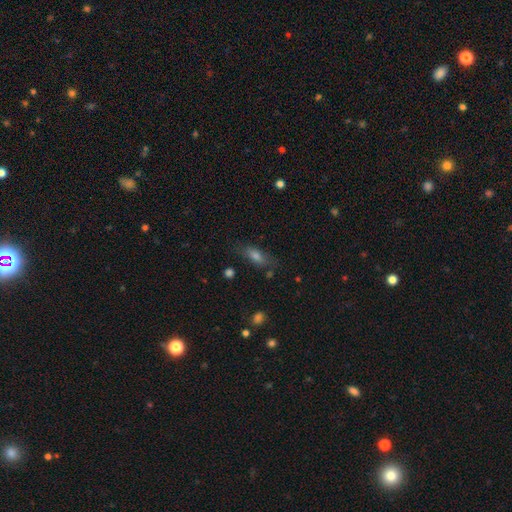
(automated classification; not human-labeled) A smooth galaxy with no disk features (62%) that is in between round and cigar-shaped (61%). Merging: none (73%).